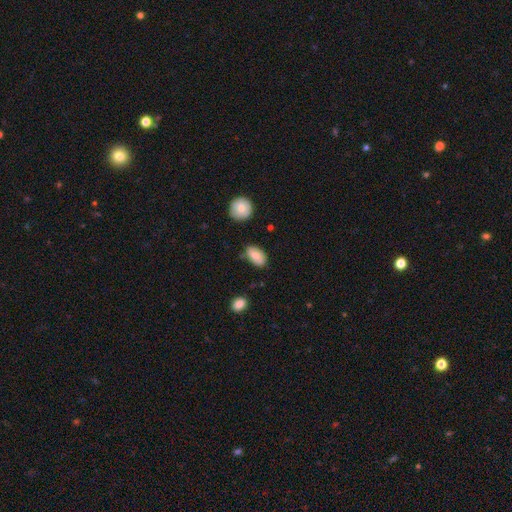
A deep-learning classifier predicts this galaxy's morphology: type=smooth (79%); roundness=in between (92%); merging=none (71%).